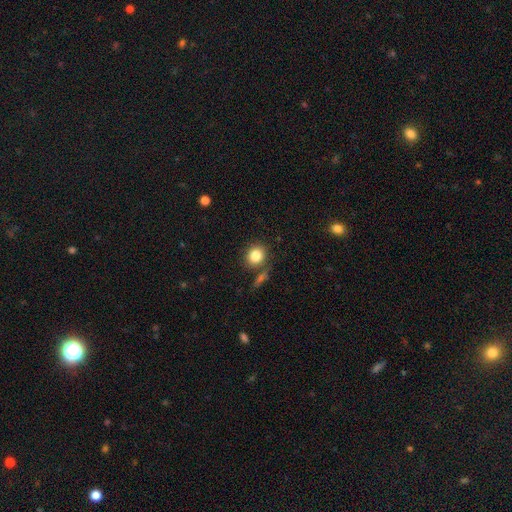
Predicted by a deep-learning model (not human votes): This appears to be a smooth galaxy with no disk features (83%) that is round (77%). Merging: none (76%).